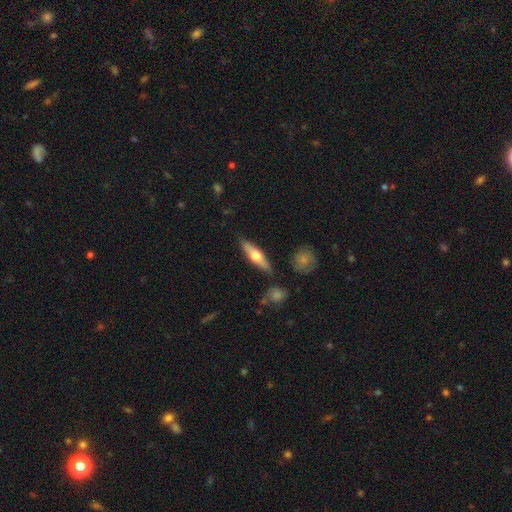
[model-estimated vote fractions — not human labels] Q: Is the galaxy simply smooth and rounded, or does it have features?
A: featured or disk — 50%.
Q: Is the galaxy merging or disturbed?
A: none — 85%.